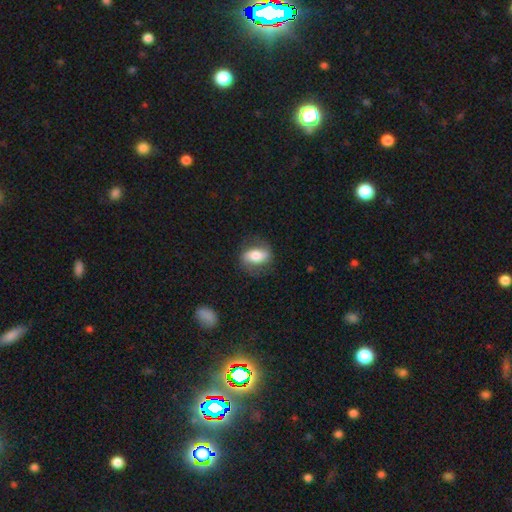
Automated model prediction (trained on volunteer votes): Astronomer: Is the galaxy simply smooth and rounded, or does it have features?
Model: smooth — 56% (runner-up: featured or disk, 37%).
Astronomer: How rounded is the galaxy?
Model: in between — 79%.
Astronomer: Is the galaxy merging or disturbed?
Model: none — 74%.